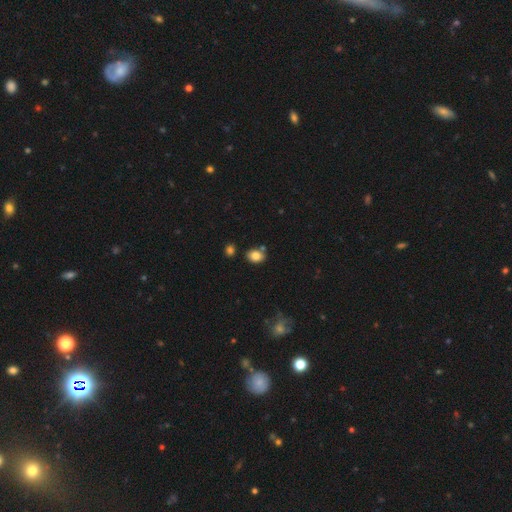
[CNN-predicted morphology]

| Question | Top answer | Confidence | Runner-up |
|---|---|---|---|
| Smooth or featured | smooth | 83% | star or artifact (10%) |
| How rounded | in between | 65% | round (34%) |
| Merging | none | 76% | minor disturbance (12%) |